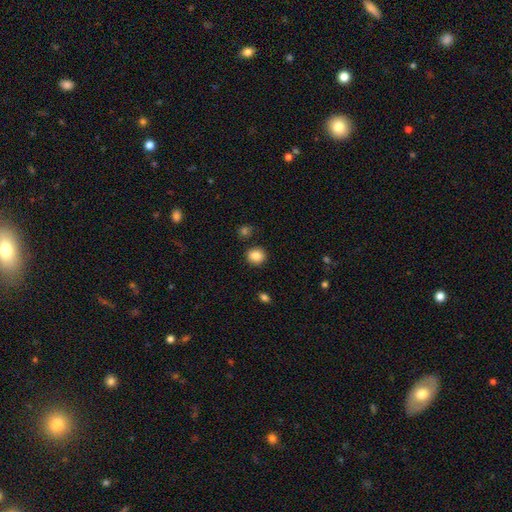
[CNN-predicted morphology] Smooth or featured?
  - smooth: 87% *
  - star or artifact: 9%
  - featured or disk: 4%
How rounded?
  - round: 80% *
  - in between: 19%
  - cigar-shaped: 1%
Merging?
  - none: 87% *
  - minor disturbance: 8%
  - merger: 3%
  - major disturbance: 2%